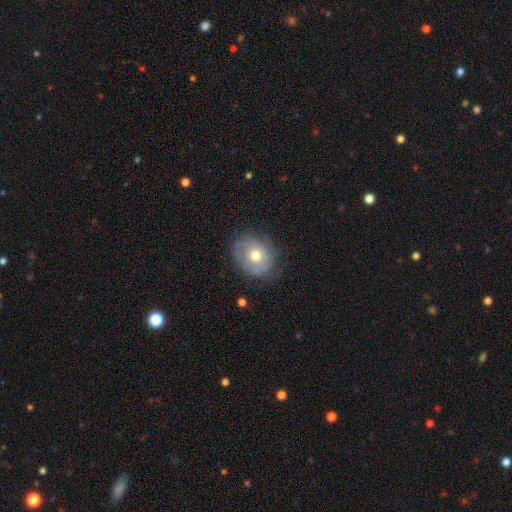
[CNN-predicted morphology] smooth_or_featured: smooth (p=0.60) [alt: featured or disk p=0.31]
how_rounded: round (p=0.68) [alt: in between p=0.31]
merging: none (p=0.67) [alt: minor disturbance p=0.23]